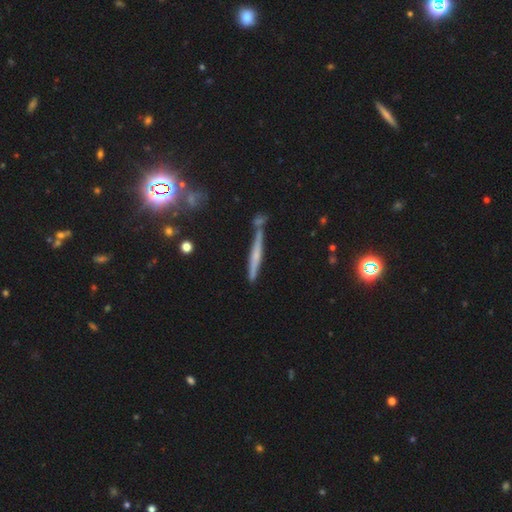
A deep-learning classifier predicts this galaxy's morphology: Smooth or featured?
  - featured or disk: 53% *
  - smooth: 37%
  - star or artifact: 11%
Edge-on disk?
  - yes: 95% *
  - no: 5%
Merging?
  - none: 73% *
  - minor disturbance: 12%
  - merger: 11%
  - major disturbance: 3%